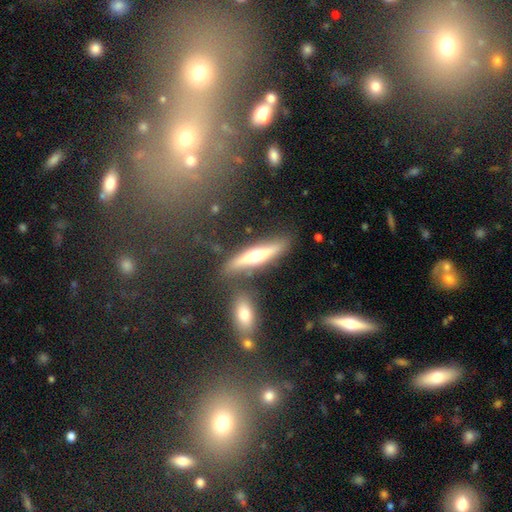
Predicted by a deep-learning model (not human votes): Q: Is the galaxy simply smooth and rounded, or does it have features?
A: featured or disk — 53%.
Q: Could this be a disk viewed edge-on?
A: yes — 90%.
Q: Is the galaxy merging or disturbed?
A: none — 76%.